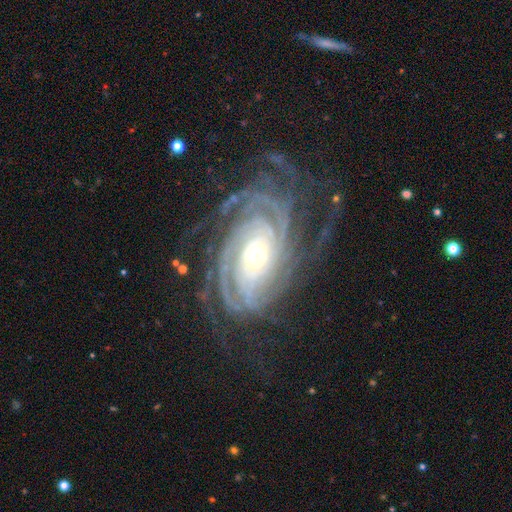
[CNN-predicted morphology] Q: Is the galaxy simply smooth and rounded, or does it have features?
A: featured or disk — 91%.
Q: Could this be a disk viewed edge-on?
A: no — 96%.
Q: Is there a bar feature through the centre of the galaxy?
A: no — 65%.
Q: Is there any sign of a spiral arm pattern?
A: yes — 98%.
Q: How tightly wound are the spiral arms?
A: tight — 79%.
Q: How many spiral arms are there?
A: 4 — 25%.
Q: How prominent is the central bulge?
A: moderate — 63%.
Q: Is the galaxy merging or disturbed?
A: none — 70%.